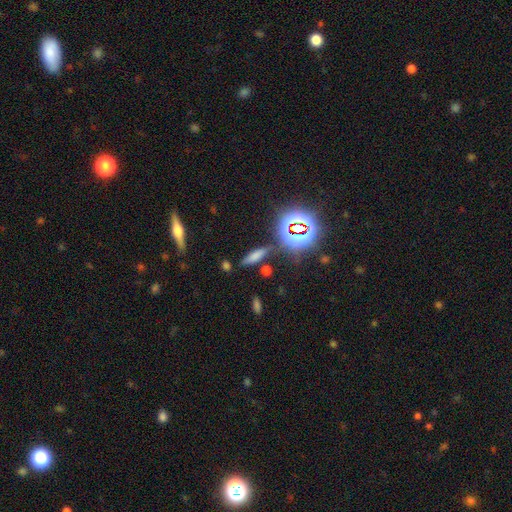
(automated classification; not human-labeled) smooth 63%, star or artifact 23%, featured or disk 14%. Down the decision tree: how rounded — cigar-shaped (63%); merging — none (77%).